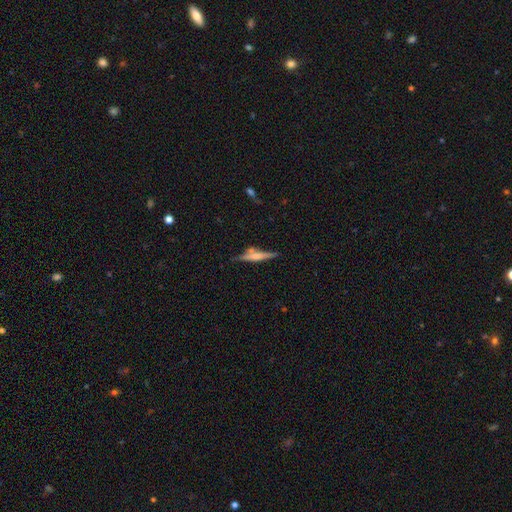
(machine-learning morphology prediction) Overall: featured or disk (56%; smooth 37%). Edge-on disk: yes (96%). Edge-on bulge: rounded (55%; boxy 23%). Merging: none (74%).